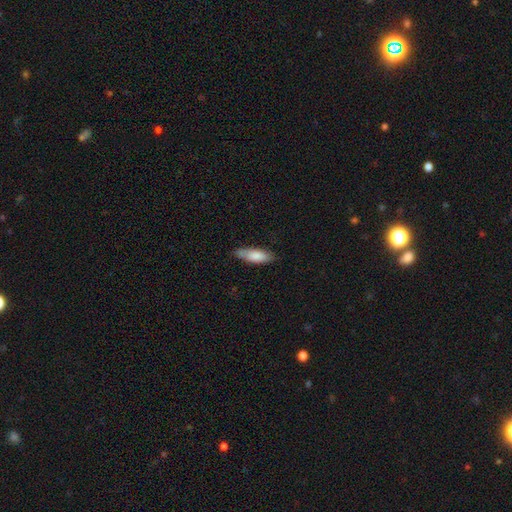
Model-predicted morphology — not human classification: smooth_or_featured: smooth (p=0.81) [alt: featured or disk p=0.13]
how_rounded: in between (p=0.56) [alt: cigar-shaped p=0.43]
merging: none (p=0.76) [alt: minor disturbance p=0.20]